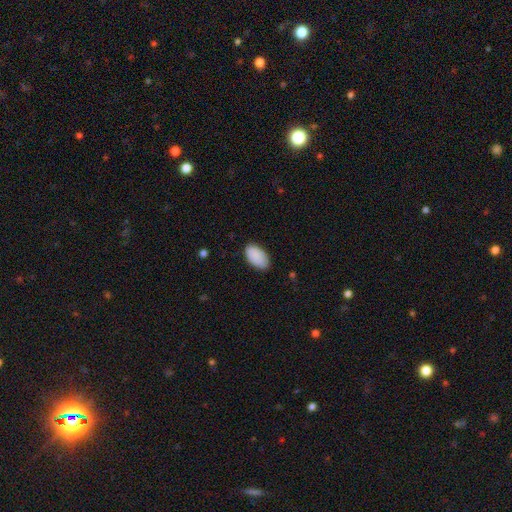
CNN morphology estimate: Smooth or featured?
  - smooth: 90% *
  - star or artifact: 6%
  - featured or disk: 4%
How rounded?
  - in between: 95% *
  - round: 3%
  - cigar-shaped: 1%
Merging?
  - none: 79% *
  - minor disturbance: 17%
  - major disturbance: 3%
  - merger: 1%